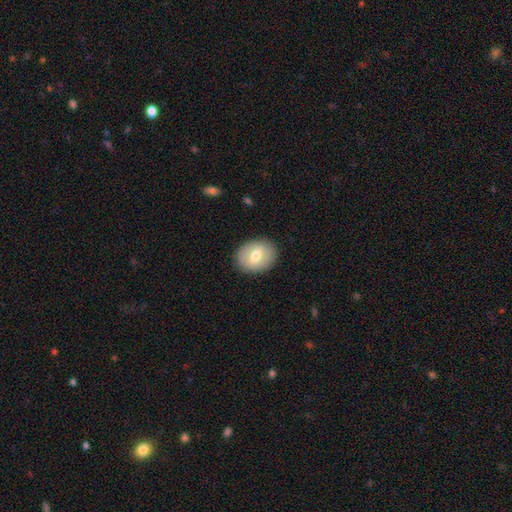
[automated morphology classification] A smooth galaxy with no disk features (64%) that is in between round and cigar-shaped (59%).

Vote fractions:
- Smooth or featured? smooth: 64% / featured or disk: 29% / star or artifact: 7%
- How rounded? in between: 59% / round: 40% / cigar-shaped: 1%
- Merging? none: 88% / minor disturbance: 9% / major disturbance: 3% / merger: 1%